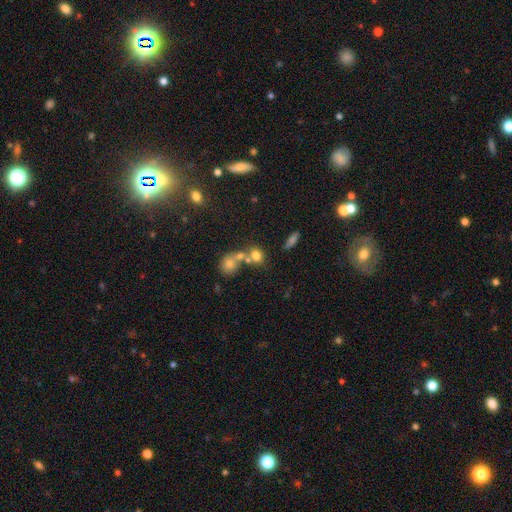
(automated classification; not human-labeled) This appears to be a smooth galaxy with no disk features (72%) that is in between round and cigar-shaped (50%). Merging: none (43%).